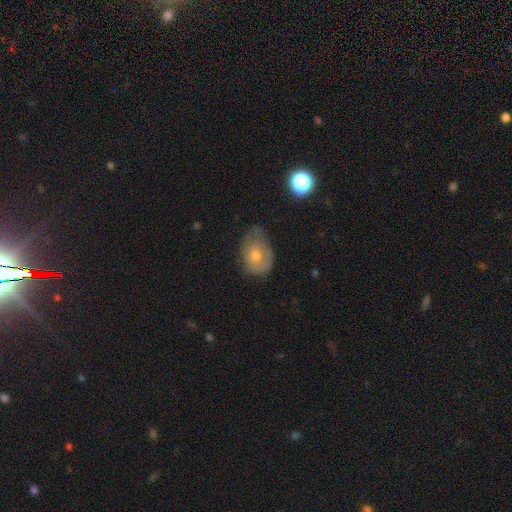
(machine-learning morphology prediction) Smooth or featured: smooth — 48% (featured or disk — 41%)
Merging: none — 47% (minor disturbance — 36%)